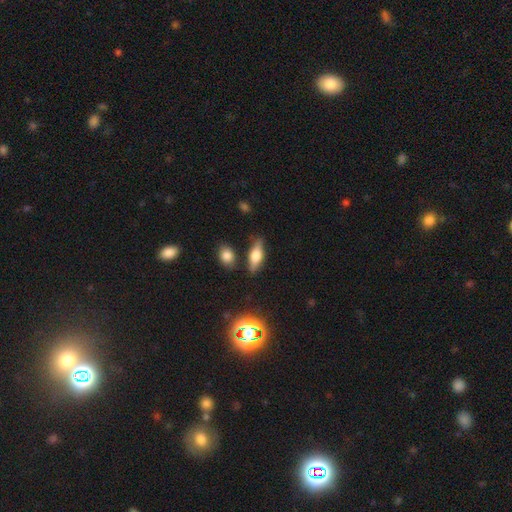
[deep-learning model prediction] smooth 55%, featured or disk 34%, star or artifact 10%. Down the decision tree: how rounded — in between (61%); merging — none (77%).